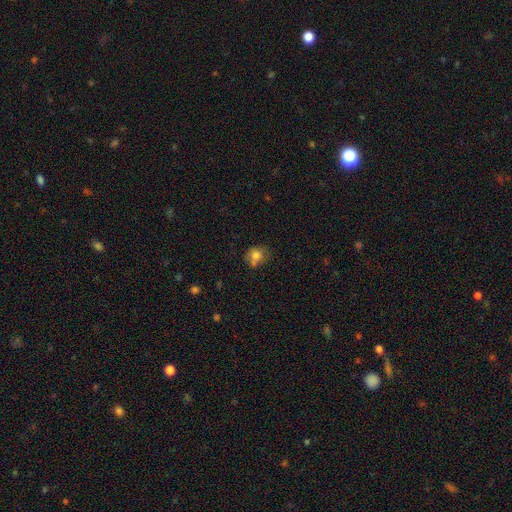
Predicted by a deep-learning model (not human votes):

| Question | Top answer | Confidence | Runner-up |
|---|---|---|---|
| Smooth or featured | smooth | 76% | featured or disk (13%) |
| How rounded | round | 70% | in between (29%) |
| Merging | none | 51% | minor disturbance (21%) |